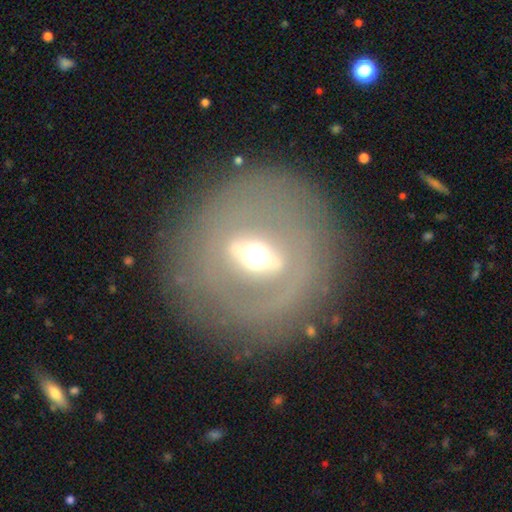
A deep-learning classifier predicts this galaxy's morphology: Q: Smooth or featured?
A: featured or disk (64%); runner-up: smooth (25%)
Q: Edge-on disk?
A: no (75%); runner-up: yes (25%)
Q: Merging?
A: none (78%); runner-up: minor disturbance (10%)